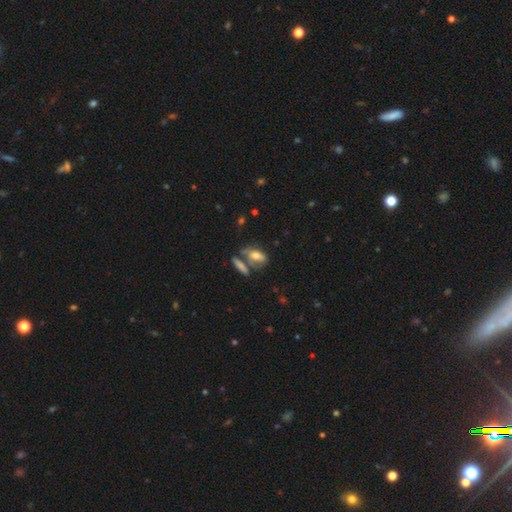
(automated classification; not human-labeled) Smooth or featured? Predicted: smooth (p=0.59). How rounded? Predicted: in between (p=0.73). Merging? Predicted: none (p=0.44).